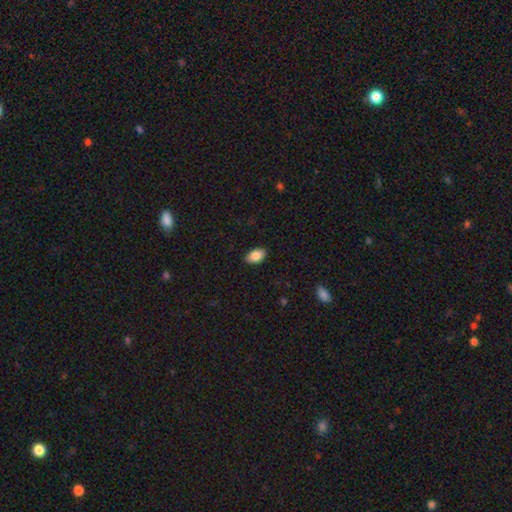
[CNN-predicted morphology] Q: Smooth or featured?
A: smooth (85%); runner-up: featured or disk (8%)
Q: How rounded?
A: in between (93%); runner-up: round (6%)
Q: Merging?
A: none (88%); runner-up: minor disturbance (9%)